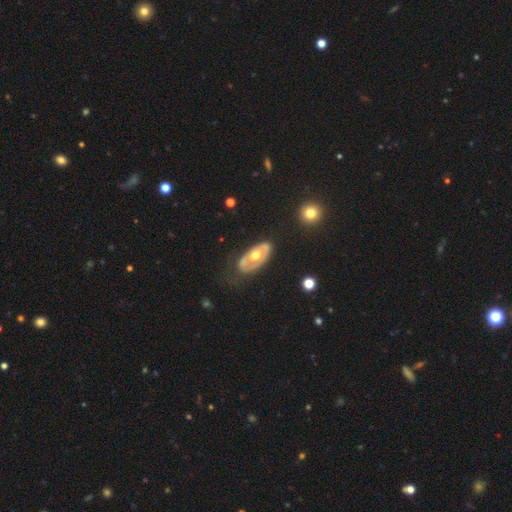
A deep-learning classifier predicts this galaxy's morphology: smooth_or_featured: featured or disk (p=0.66) [alt: smooth p=0.29]
disk_edge_on: no (p=0.88) [alt: yes p=0.12]
bar: no (p=0.84) [alt: weak p=0.11]
has_spiral_arms: no (p=0.77) [alt: yes p=0.23]
bulge_size: moderate (p=0.76) [alt: large p=0.12]
merging: none (p=0.65) [alt: minor disturbance p=0.22]